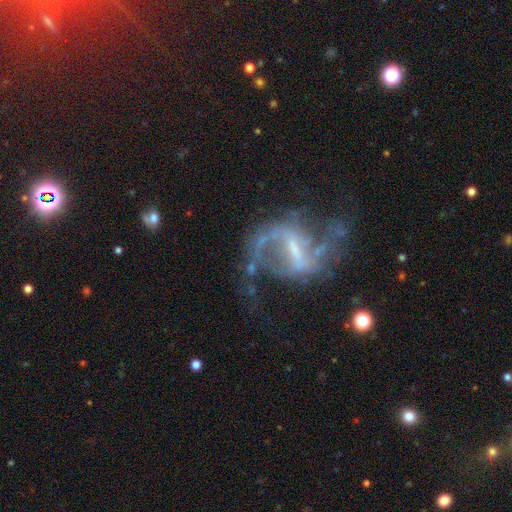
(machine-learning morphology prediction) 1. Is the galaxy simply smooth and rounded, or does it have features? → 89% featured or disk, 7% star or artifact, 4% smooth.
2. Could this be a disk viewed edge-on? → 97% no, 3% yes.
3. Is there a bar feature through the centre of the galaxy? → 48% strong, 41% weak, 11% no.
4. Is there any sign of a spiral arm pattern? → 96% yes, 4% no.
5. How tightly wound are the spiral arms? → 59% loose, 34% medium, 7% tight.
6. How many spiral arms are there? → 90% 2, 3% 1, 3% can't tell, 2% 3, 1% 4, 1% more than 4.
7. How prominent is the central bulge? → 60% small, 19% none, 18% moderate, 2% large, 1% dominant.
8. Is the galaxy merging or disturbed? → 63% none, 17% major disturbance, 16% minor disturbance, 4% merger.